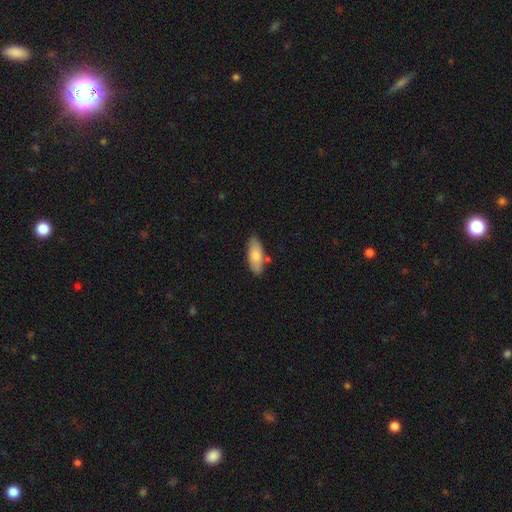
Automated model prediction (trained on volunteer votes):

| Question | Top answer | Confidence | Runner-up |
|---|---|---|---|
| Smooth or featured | smooth | 76% | featured or disk (18%) |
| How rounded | in between | 81% | cigar-shaped (17%) |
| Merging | none | 81% | minor disturbance (13%) |